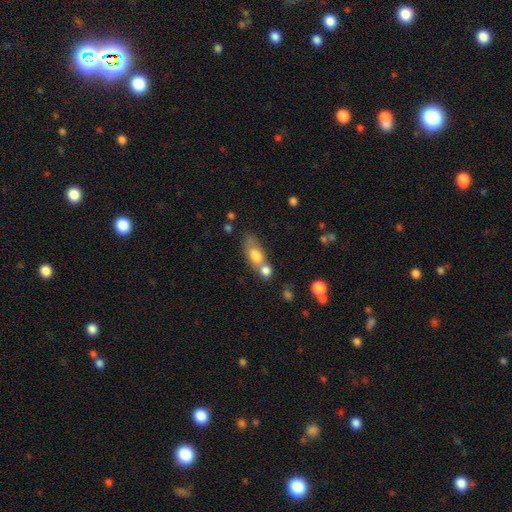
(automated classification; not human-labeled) This is likely a smooth galaxy (75%). How rounded: likely in between (77%). Merging: possibly merger (48%).